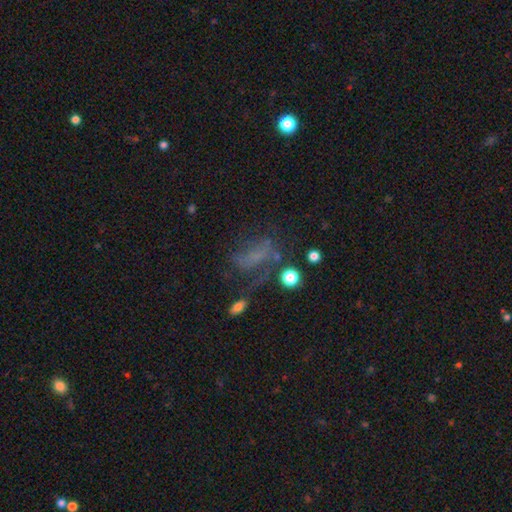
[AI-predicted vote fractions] Morphology: type=featured or disk (41%); merging=major disturbance (37%).